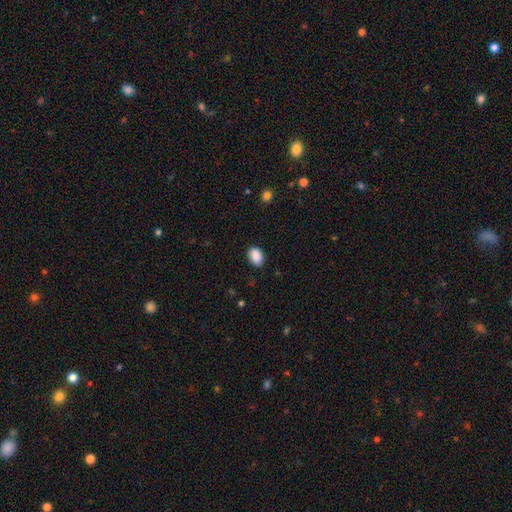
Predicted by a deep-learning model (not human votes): A smooth galaxy with no disk features (90%) that is in between round and cigar-shaped (85%). Merging: none (85%).